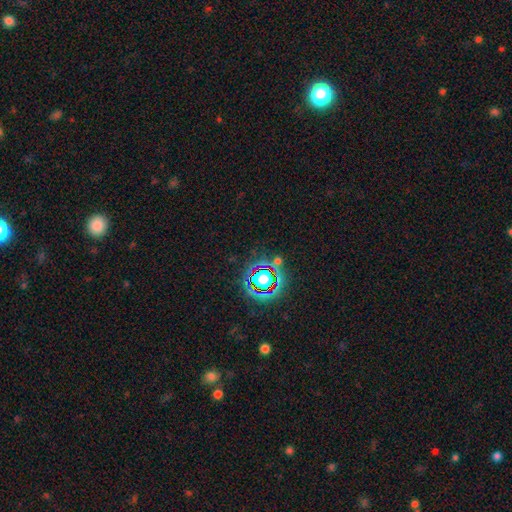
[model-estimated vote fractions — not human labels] A star or artifact, not a galaxy (78%).